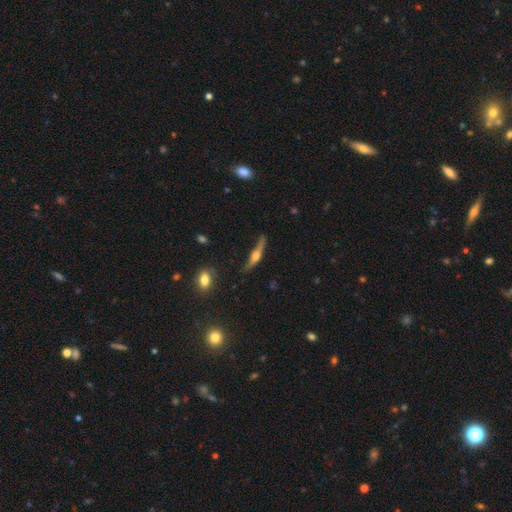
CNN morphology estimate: smooth_or_featured: featured or disk (p=0.61) [alt: smooth p=0.32]
disk_edge_on: yes (p=0.93) [alt: no p=0.07]
edge_on_bulge: rounded (p=0.88) [alt: boxy p=0.08]
merging: none (p=0.68) [alt: minor disturbance p=0.22]